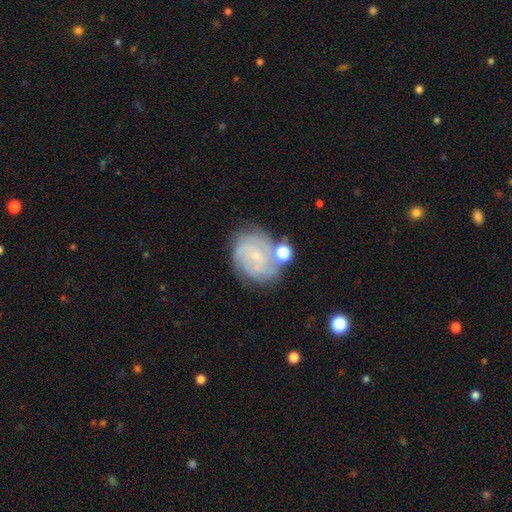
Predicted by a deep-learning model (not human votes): Smooth or featured? Predicted: featured or disk (p=0.71). Edge-on disk? Predicted: no (p=0.97). Bar? Predicted: no (p=0.70). Spiral arms? Predicted: yes (p=0.90). Spiral winding? Predicted: tight (p=0.63). Spiral arm count? Predicted: can't tell (p=0.38). Bulge size? Predicted: small (p=0.80). Merging? Predicted: none (p=0.67).